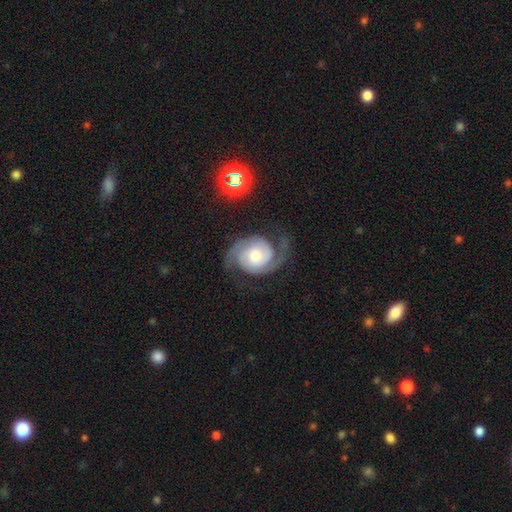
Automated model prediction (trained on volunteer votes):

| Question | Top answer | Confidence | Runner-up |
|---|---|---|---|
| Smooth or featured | featured or disk | 89% | smooth (6%) |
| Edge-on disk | no | 98% | yes (2%) |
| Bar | no | 71% | weak (23%) |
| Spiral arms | yes | 98% | no (2%) |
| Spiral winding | medium | 47% | tight (38%) |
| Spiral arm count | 2 | 93% | can't tell (2%) |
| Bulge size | moderate | 43% | large (24%) |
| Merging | none | 72% | minor disturbance (16%) |